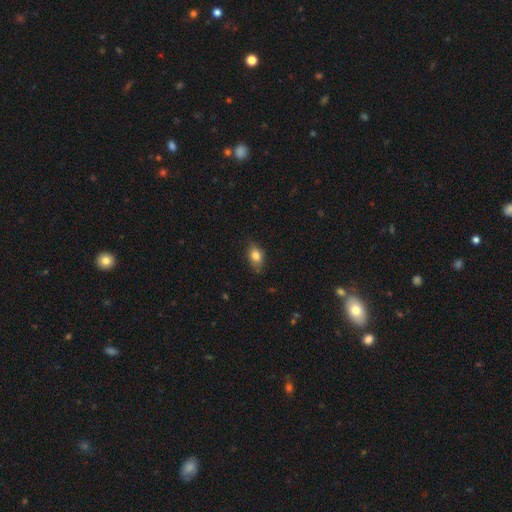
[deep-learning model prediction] smooth-or-featured: smooth: 80% | featured or disk: 12% | star or artifact: 9%
  how-rounded: in between: 81% | round: 15% | cigar-shaped: 4%
  merging: none: 77% | minor disturbance: 19% | major disturbance: 3% | merger: 1%